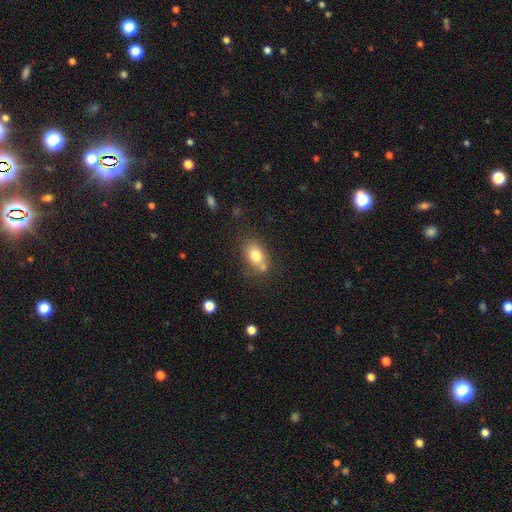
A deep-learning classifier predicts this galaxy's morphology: This appears to be a smooth galaxy with no disk features (77%) that is in between round and cigar-shaped (78%). Merging: none (60%).